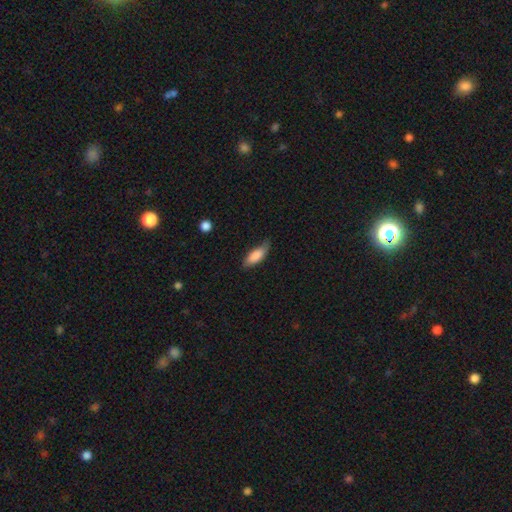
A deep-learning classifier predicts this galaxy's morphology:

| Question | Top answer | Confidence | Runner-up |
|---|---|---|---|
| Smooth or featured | smooth | 83% | featured or disk (11%) |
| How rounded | in between | 74% | cigar-shaped (24%) |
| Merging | none | 62% | minor disturbance (30%) |